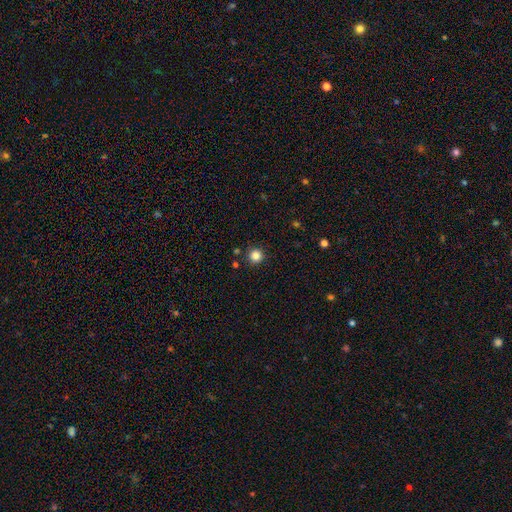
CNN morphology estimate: Q: Smooth or featured?
A: smooth (84%); runner-up: star or artifact (12%)
Q: How rounded?
A: round (95%); runner-up: in between (4%)
Q: Merging?
A: none (90%); runner-up: minor disturbance (6%)